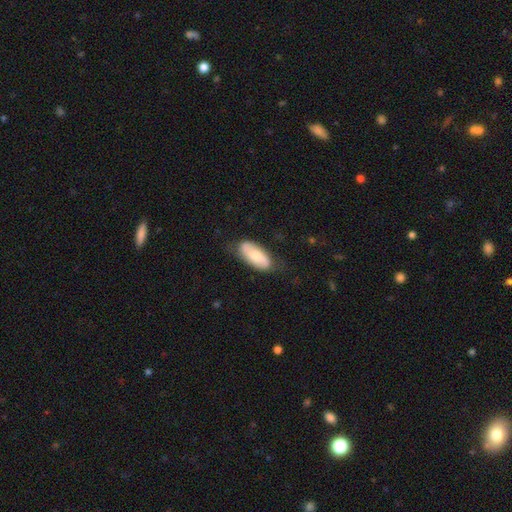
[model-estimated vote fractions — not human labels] smooth 64%, featured or disk 30%, star or artifact 6%. Down the decision tree: how rounded — in between (85%); merging — none (69%).